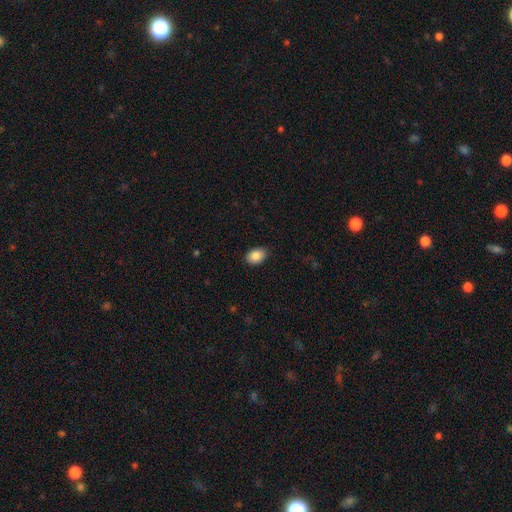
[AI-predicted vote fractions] Overall: smooth (88%). How rounded: in between (80%). Merging: none (86%).